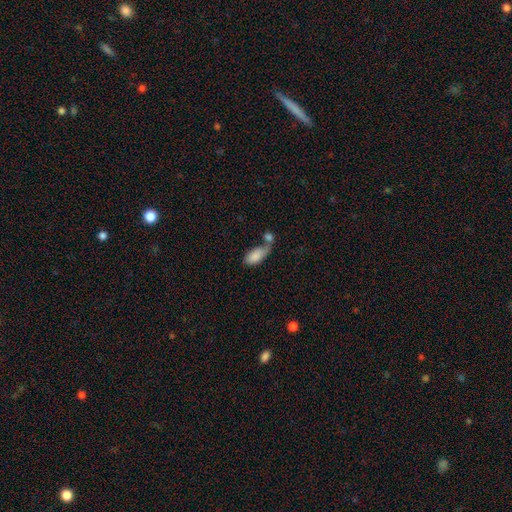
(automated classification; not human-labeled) A smooth galaxy with no disk features (83%) that is in between round and cigar-shaped (91%).

Vote fractions:
- Smooth or featured? smooth: 83% / featured or disk: 10% / star or artifact: 7%
- How rounded? in between: 91% / cigar-shaped: 6% / round: 3%
- Merging? merger: 48% / none: 27% / minor disturbance: 15% / major disturbance: 10%